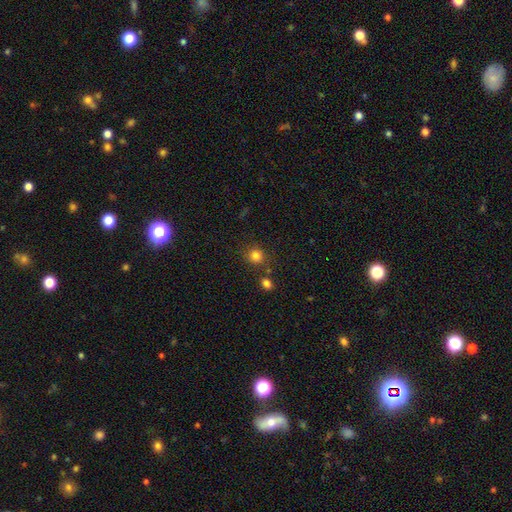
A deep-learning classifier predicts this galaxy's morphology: Smooth or featured? Predicted: smooth (p=0.82). How rounded? Predicted: round (p=0.87). Merging? Predicted: none (p=0.79).